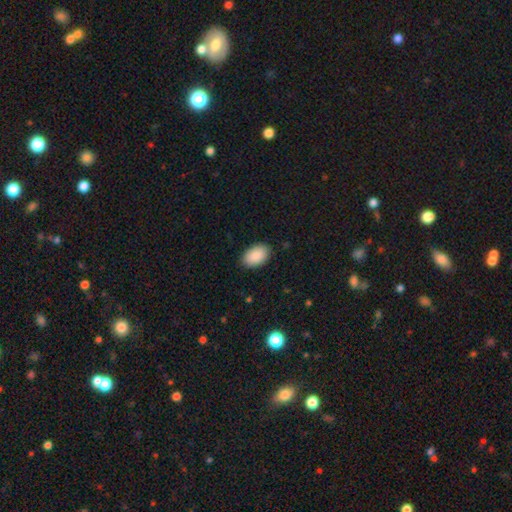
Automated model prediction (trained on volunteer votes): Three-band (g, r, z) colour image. It shows a smooth galaxy with no disk features (90%) that is in between round and cigar-shaped (94%). Merging: none (88%).